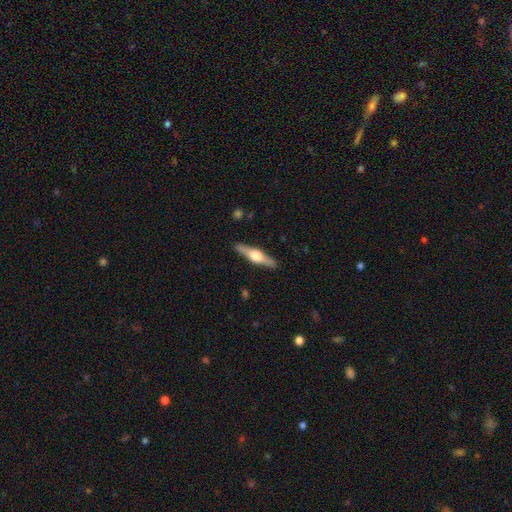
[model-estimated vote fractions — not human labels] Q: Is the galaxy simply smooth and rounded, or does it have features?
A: featured or disk — 66%.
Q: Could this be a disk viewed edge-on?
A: yes — 97%.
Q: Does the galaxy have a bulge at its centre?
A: rounded — 94%.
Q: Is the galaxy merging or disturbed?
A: none — 90%.